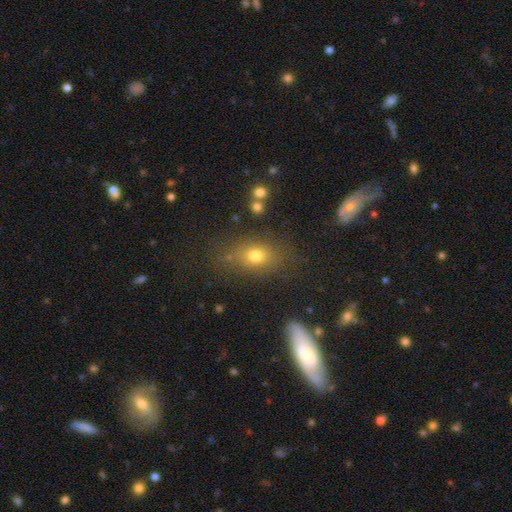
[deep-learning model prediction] smooth 70%, star or artifact 17%, featured or disk 13%. Down the decision tree: how rounded — in between (68%); merging — none (74%).